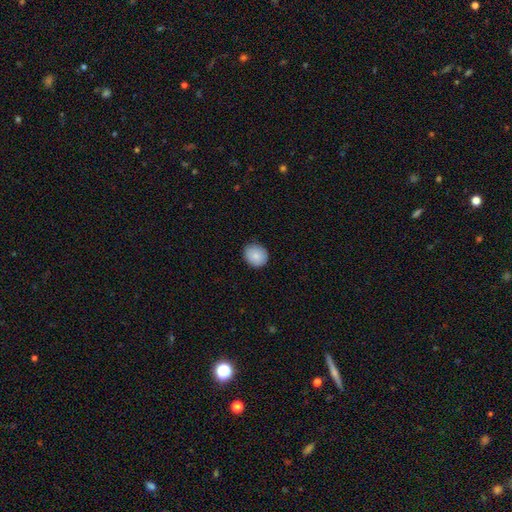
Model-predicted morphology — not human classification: Overall: smooth (87%). How rounded: round (76%). Merging: none (86%).